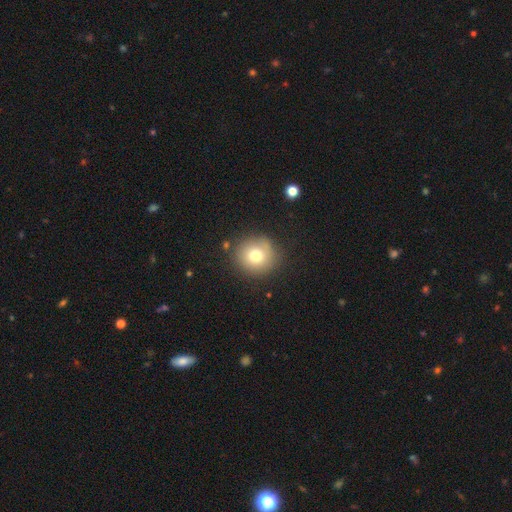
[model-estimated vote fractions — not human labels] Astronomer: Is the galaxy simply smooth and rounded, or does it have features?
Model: smooth — 74%.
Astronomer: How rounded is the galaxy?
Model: round — 91%.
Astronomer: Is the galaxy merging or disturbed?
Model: none — 84%.